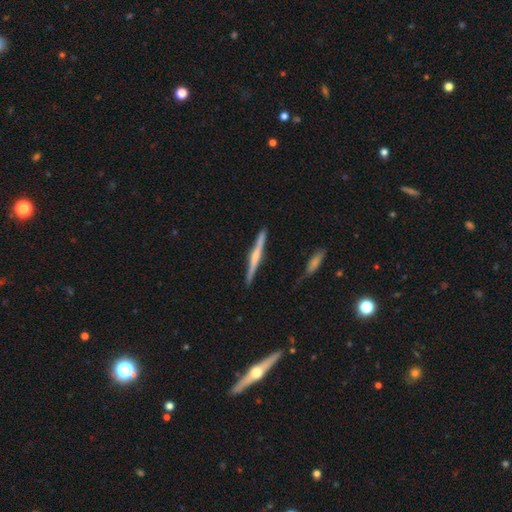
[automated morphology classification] smooth_or_featured: featured or disk (p=0.69) [alt: smooth p=0.26]
disk_edge_on: yes (p=0.98) [alt: no p=0.02]
edge_on_bulge: rounded (p=0.68) [alt: none p=0.20]
merging: none (p=0.88) [alt: minor disturbance p=0.09]